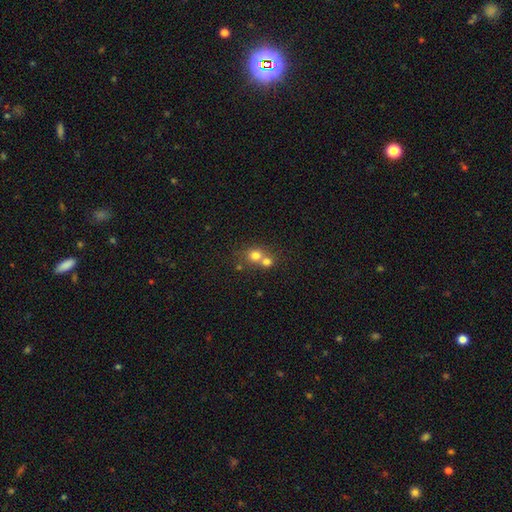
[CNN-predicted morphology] Overall: smooth (73%). How rounded: round (81%). Merging: merger (59%; none 34%).